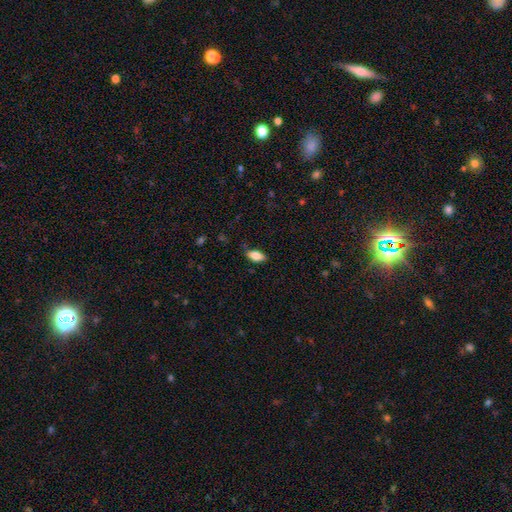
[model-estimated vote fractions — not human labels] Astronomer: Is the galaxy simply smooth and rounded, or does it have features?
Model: smooth — 83%.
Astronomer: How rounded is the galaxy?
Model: in between — 89%.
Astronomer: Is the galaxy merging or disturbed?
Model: none — 81%.